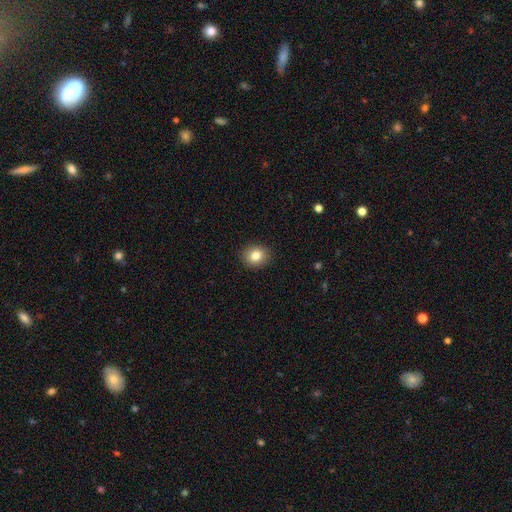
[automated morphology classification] smooth_or_featured: smooth (p=0.83) [alt: star or artifact p=0.10]
how_rounded: round (p=0.70) [alt: in between p=0.29]
merging: none (p=0.90) [alt: minor disturbance p=0.07]